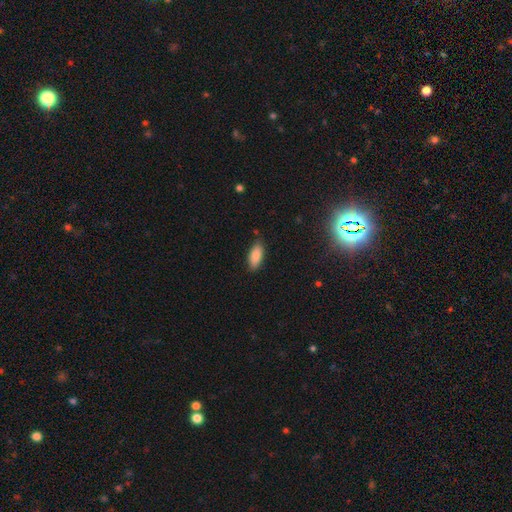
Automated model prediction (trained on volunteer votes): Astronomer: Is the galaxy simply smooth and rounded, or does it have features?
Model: smooth — 86%.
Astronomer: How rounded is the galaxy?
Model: in between — 84%.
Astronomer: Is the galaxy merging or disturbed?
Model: none — 82%.